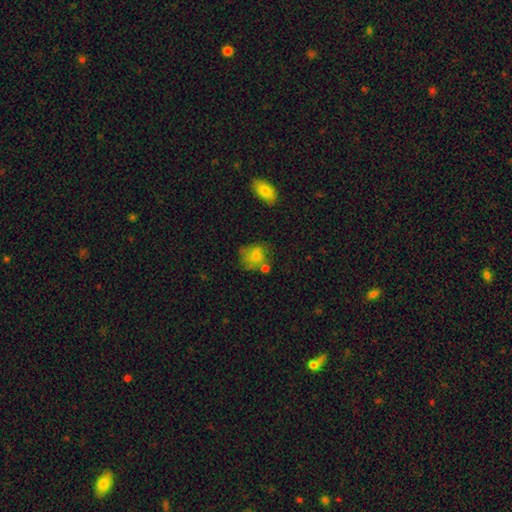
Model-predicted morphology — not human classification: The model was most divided on "merging": none: 49%, minor disturbance: 25%, merger: 13%, major disturbance: 13%. More confident: smooth or featured — smooth (73%); how rounded — round (64%).